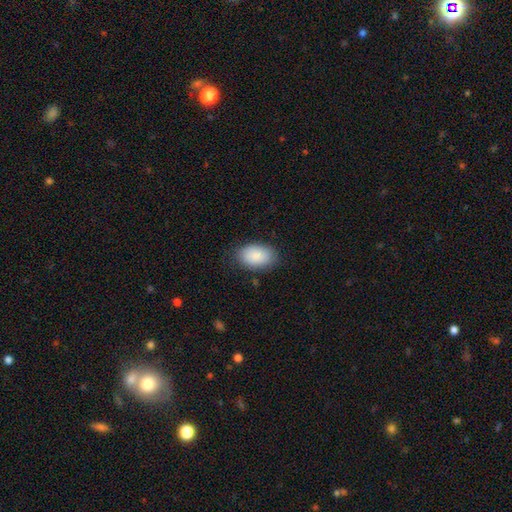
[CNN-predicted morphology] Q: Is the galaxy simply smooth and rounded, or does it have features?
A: smooth — 88%.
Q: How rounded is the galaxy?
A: in between — 90%.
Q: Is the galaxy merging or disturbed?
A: none — 82%.